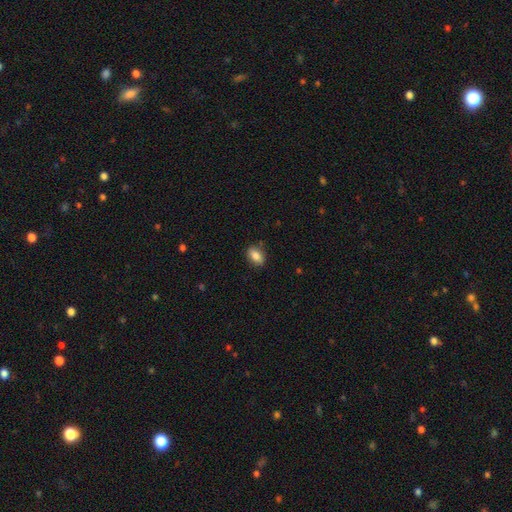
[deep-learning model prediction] The model was most divided on "how rounded": in between: 84%, round: 14%, cigar-shaped: 2%. More confident: smooth or featured — smooth (85%); merging — none (84%).